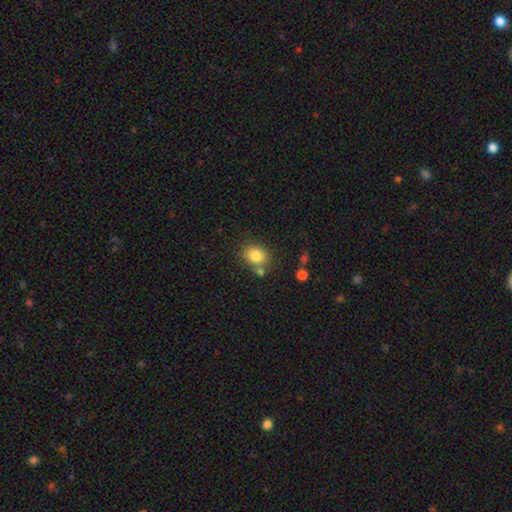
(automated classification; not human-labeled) smooth 83%, star or artifact 9%, featured or disk 8%. Down the decision tree: how rounded — in between (54%); merging — none (66%).